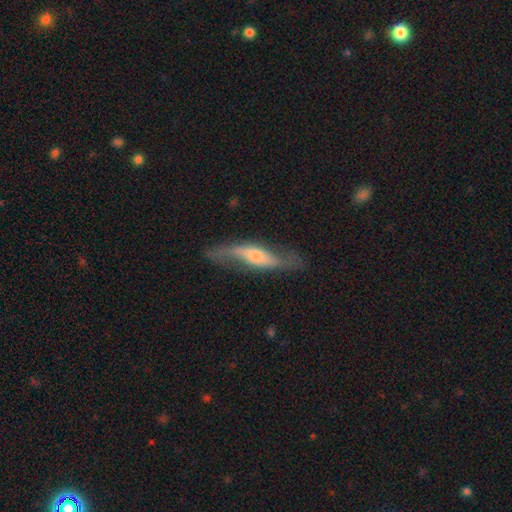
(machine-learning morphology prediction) featured or disk 77%, smooth 17%, star or artifact 7%. Down the decision tree: edge-on disk — no (60%); merging — none (75%).